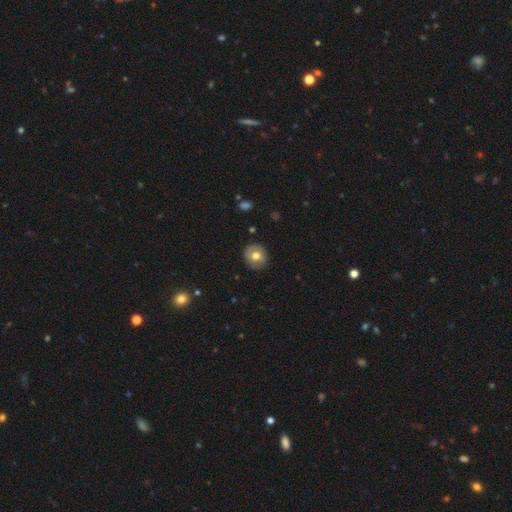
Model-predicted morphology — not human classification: smooth 70%, featured or disk 22%, star or artifact 8%. Down the decision tree: how rounded — round (89%); merging — none (88%).